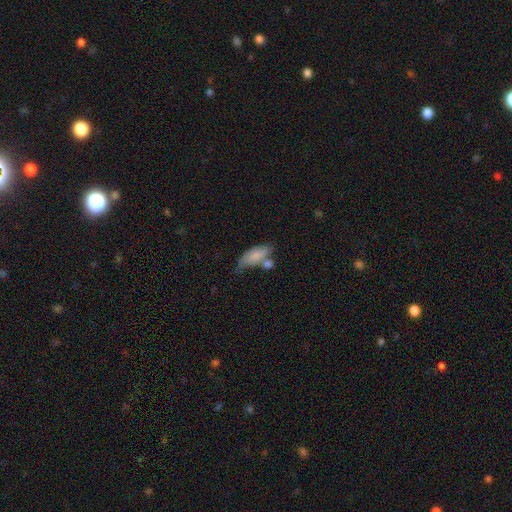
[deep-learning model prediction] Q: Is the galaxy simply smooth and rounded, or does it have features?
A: smooth — 77%.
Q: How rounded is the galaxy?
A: in between — 74%.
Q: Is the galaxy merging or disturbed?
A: none — 39%.